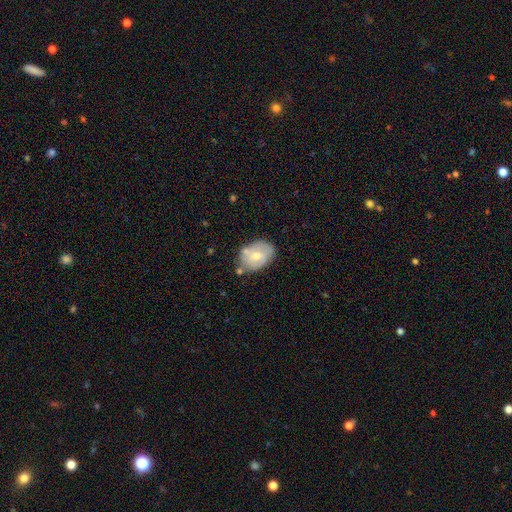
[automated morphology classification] Smooth or featured?
  - smooth: 51% *
  - featured or disk: 43%
  - star or artifact: 7%
How rounded?
  - in between: 75% *
  - round: 24%
  - cigar-shaped: 1%
Merging?
  - none: 59% *
  - minor disturbance: 25%
  - merger: 9%
  - major disturbance: 6%